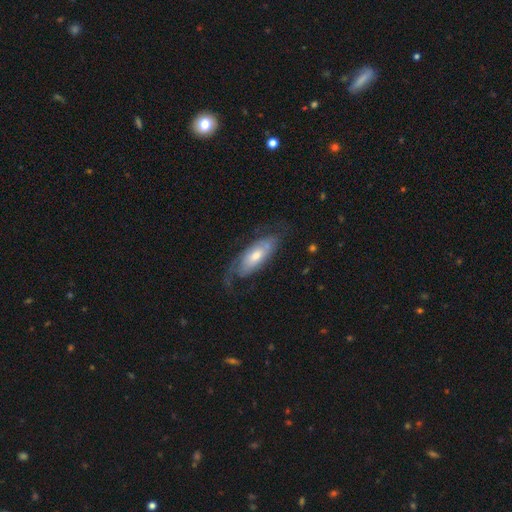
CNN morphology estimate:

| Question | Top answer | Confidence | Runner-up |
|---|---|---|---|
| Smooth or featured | featured or disk | 60% | smooth (34%) |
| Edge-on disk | no | 83% | yes (17%) |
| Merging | none | 56% | minor disturbance (23%) |